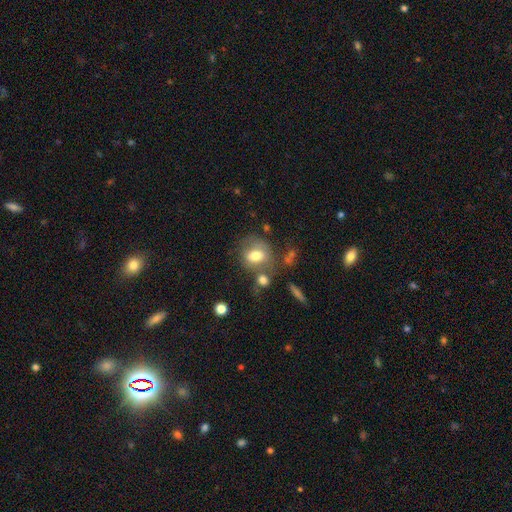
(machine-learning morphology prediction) A smooth galaxy with no disk features (66%) that is in between round and cigar-shaped (50%). Merging: none (48%).